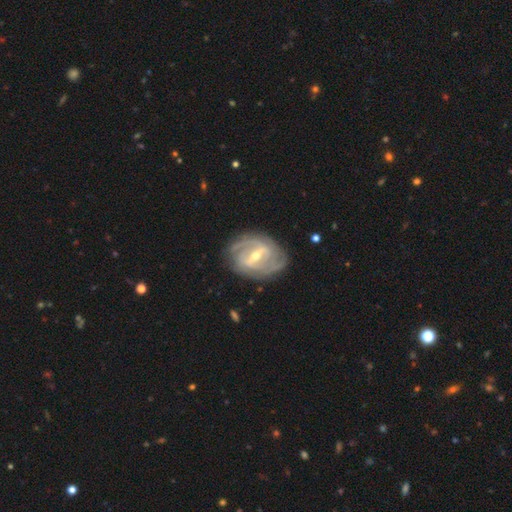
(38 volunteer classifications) A featured or disk galaxy (95%) with a strong bar (66%), 2 (62%) medium (44%) spiral arms (97%) and a moderate central bulge (71%).

Vote fractions:
- Smooth or featured? featured or disk: 95% / smooth: 3% / star or artifact: 3%
- Edge-on disk? no: 97% / yes: 3%
- Bar? strong: 66% / weak: 29% / no: 6%
- Spiral arms? yes: 97% / no: 3%
- Spiral winding? medium: 44% / tight: 41% / loose: 15%
- Spiral arm count? 2: 62% / 3: 18% / can't tell: 15% / 1: 3% / 4: 3% / more than 4: 0%
- Bulge size? moderate: 71% / small: 26% / large: 3% / dominant: 0% / none: 0%
- Merging? none: 70% / minor disturbance: 22% / major disturbance: 5% / merger: 3%